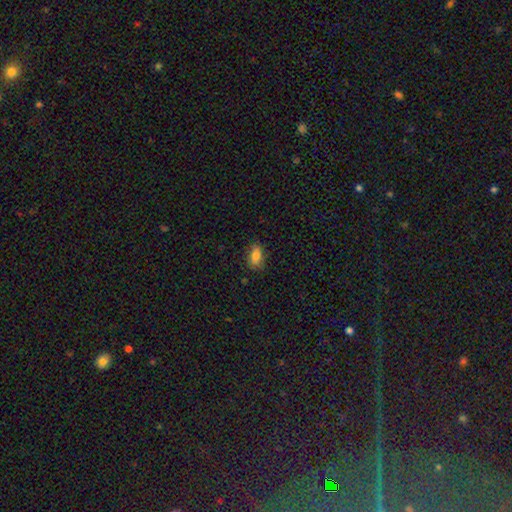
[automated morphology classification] Overall: smooth (81%). How rounded: in between (86%). Merging: none (80%).